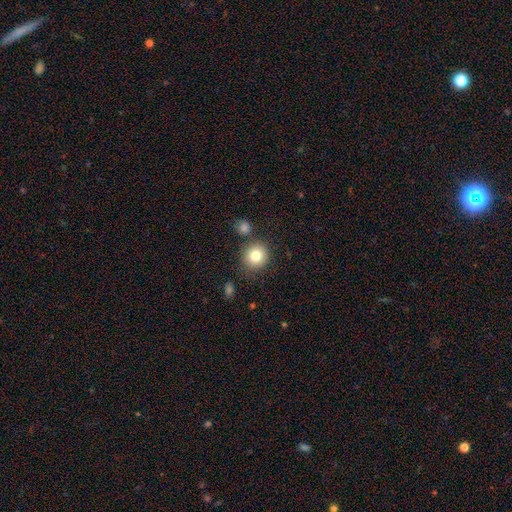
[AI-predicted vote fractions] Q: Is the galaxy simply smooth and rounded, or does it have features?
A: smooth — 81%.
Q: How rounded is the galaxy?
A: round — 91%.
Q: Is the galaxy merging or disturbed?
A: none — 80%.